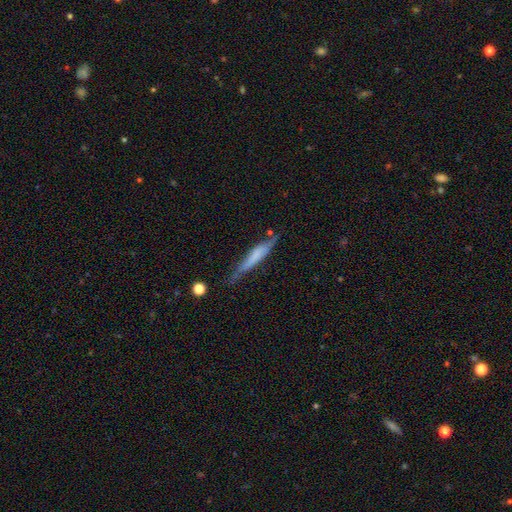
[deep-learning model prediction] The model was most divided on "smooth or featured": smooth: 50%, featured or disk: 43%, star or artifact: 7%. More confident: how rounded — cigar-shaped (91%); merging — none (63%).